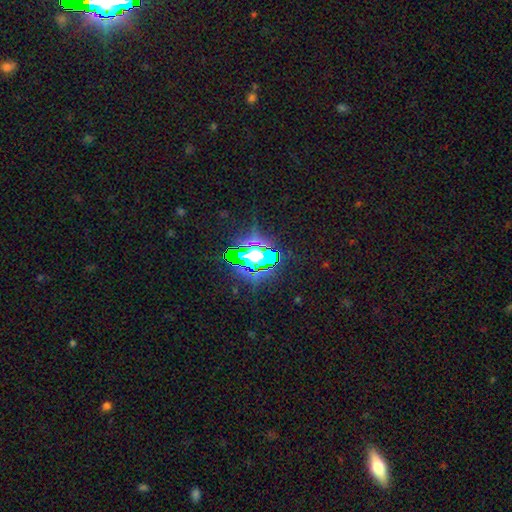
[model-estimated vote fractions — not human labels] smooth-or-featured: star or artifact: 68% | smooth: 19% | featured or disk: 13%